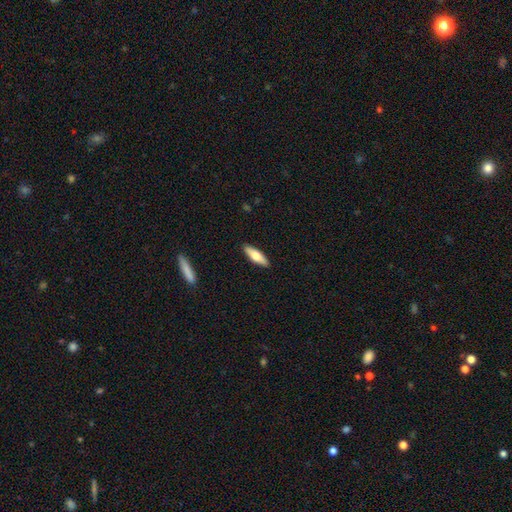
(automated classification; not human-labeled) Morphology: type=smooth (63%); roundness=cigar-shaped (54%); merging=none (90%).